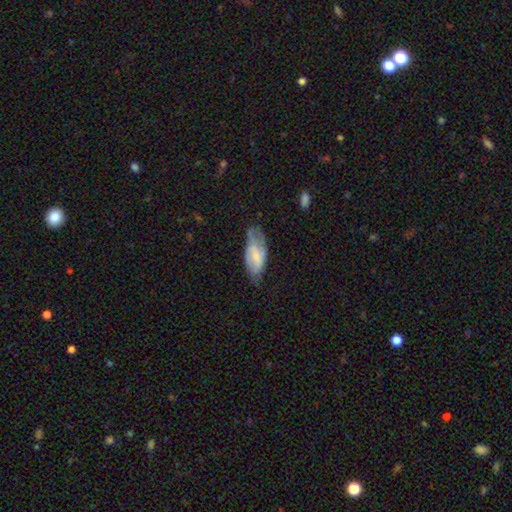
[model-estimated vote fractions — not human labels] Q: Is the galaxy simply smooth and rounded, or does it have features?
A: smooth — 55%.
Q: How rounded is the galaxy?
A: in between — 86%.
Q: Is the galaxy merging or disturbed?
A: none — 48%.